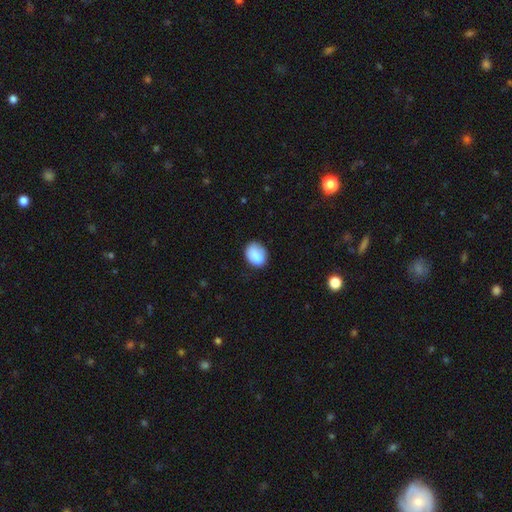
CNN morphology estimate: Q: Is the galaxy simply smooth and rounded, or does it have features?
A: smooth — 85%.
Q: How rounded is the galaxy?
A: in between — 66%.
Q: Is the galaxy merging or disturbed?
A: none — 68%.